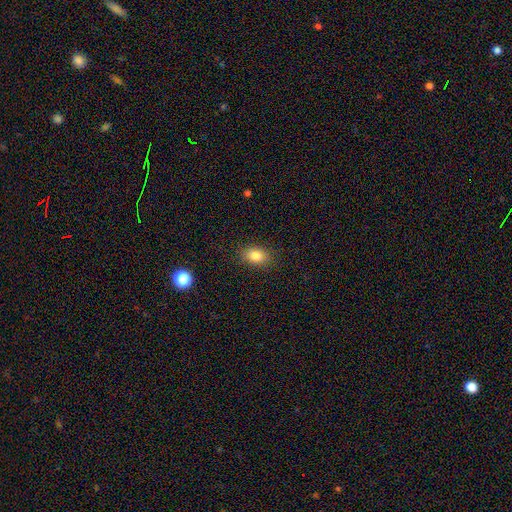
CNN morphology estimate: Q: Smooth or featured?
A: smooth (83%); runner-up: star or artifact (10%)
Q: How rounded?
A: in between (78%); runner-up: round (21%)
Q: Merging?
A: none (87%); runner-up: minor disturbance (10%)